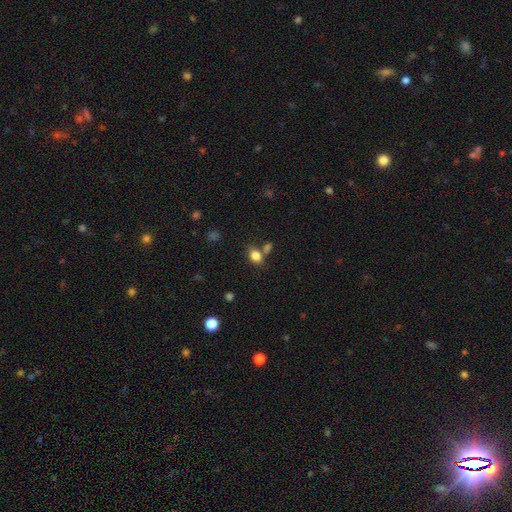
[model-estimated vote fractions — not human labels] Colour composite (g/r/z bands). It shows a smooth galaxy with no disk features (82%) that is in between round and cigar-shaped (73%). Merging: none (59%).